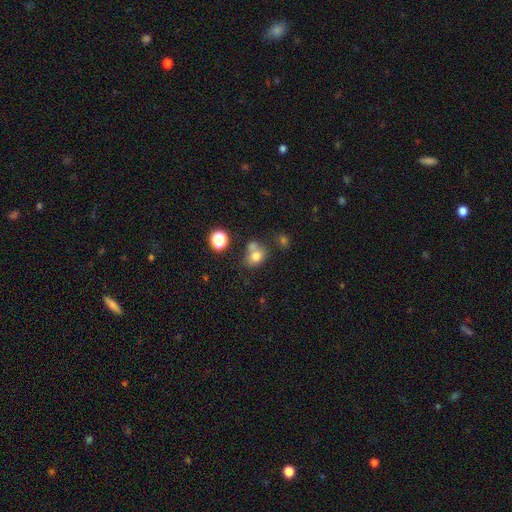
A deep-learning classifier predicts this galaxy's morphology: Smooth or featured?
  - smooth: 75% *
  - star or artifact: 13%
  - featured or disk: 11%
How rounded?
  - round: 55% *
  - in between: 44%
  - cigar-shaped: 1%
Merging?
  - none: 43% *
  - merger: 34%
  - minor disturbance: 15%
  - major disturbance: 8%